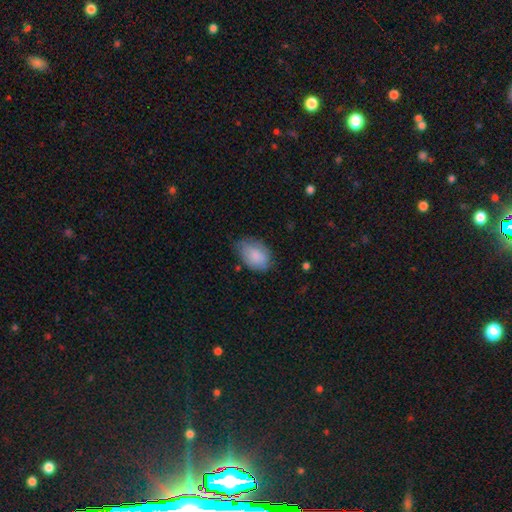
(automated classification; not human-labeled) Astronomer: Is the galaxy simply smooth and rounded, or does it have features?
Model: smooth — 83%.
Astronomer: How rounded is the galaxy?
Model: in between — 86%.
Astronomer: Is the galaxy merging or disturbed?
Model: none — 57% (runner-up: minor disturbance, 34%).